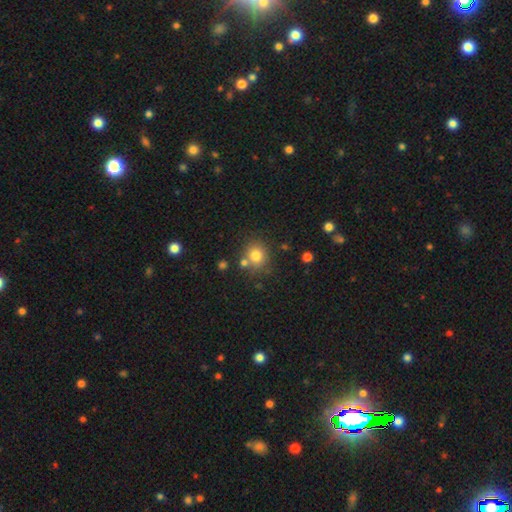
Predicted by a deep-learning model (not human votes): Smooth or featured: smooth — 78% (star or artifact — 13%)
How rounded: round — 83% (in between — 16%)
Merging: none — 73% (merger — 13%)